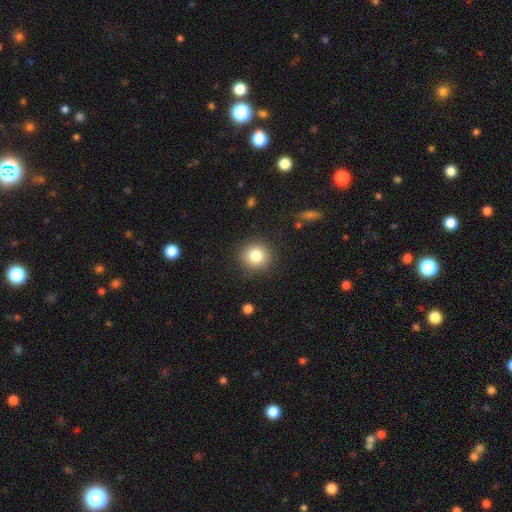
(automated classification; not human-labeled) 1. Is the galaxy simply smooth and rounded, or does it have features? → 83% smooth, 10% star or artifact, 7% featured or disk.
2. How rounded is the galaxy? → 92% round, 7% in between, 1% cigar-shaped.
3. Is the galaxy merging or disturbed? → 89% none, 7% minor disturbance, 3% major disturbance, 1% merger.